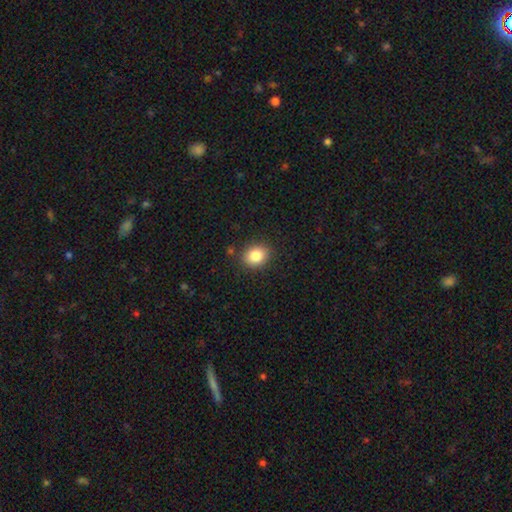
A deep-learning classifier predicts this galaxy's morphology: This appears to be a smooth galaxy with no disk features (84%) that is round (57%). Merging: none (87%).